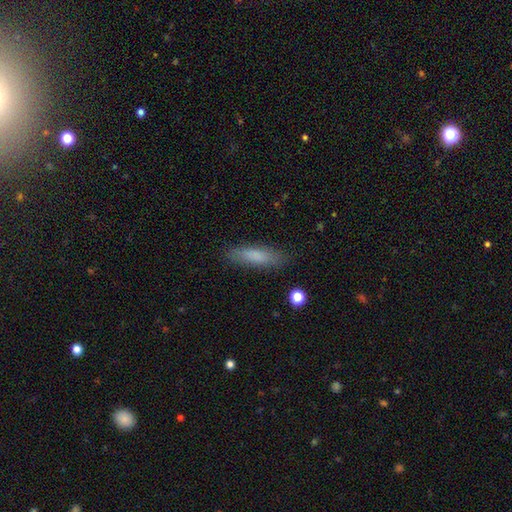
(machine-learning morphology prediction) smooth_or_featured: smooth (p=0.80) [alt: featured or disk p=0.12]
how_rounded: cigar-shaped (p=0.67) [alt: in between p=0.31]
merging: none (p=0.85) [alt: minor disturbance p=0.11]